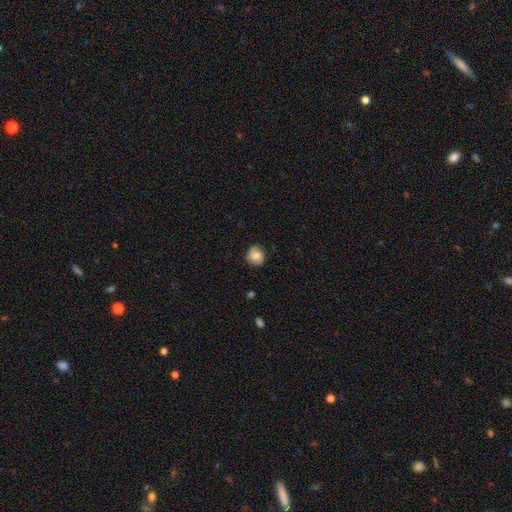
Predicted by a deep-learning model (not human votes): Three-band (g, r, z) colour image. It shows a smooth galaxy with no disk features (80%) that is round (84%). Merging: none (81%).